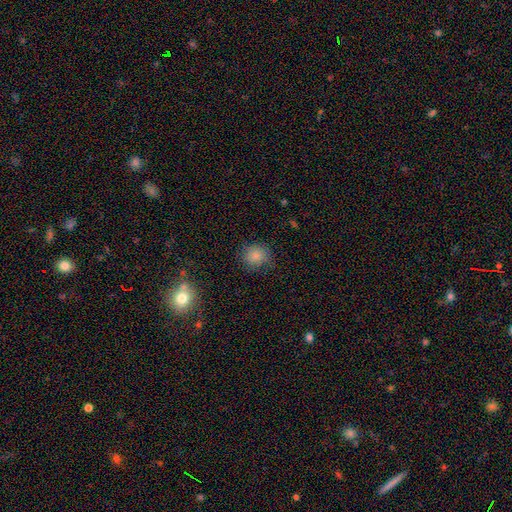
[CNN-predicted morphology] A smooth galaxy with no disk features (83%) that is round (83%).

Vote fractions:
- Smooth or featured? smooth: 83% / star or artifact: 11% / featured or disk: 5%
- How rounded? round: 83% / in between: 16% / cigar-shaped: 1%
- Merging? none: 79% / minor disturbance: 15% / major disturbance: 4% / merger: 2%